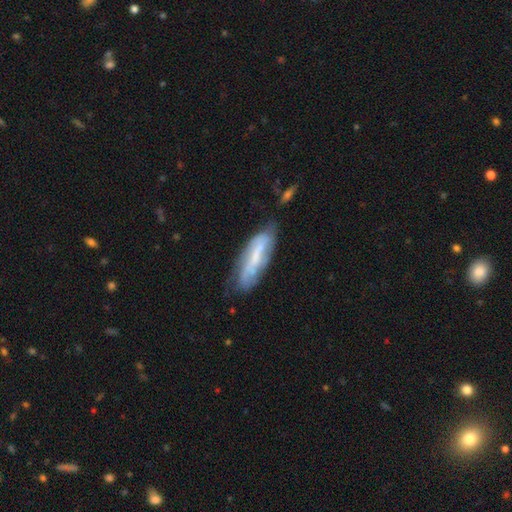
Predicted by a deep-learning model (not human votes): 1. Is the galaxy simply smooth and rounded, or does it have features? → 57% featured or disk, 35% smooth, 8% star or artifact.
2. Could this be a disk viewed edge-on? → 74% no, 26% yes.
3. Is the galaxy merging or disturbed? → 58% none, 28% minor disturbance, 10% major disturbance, 4% merger.